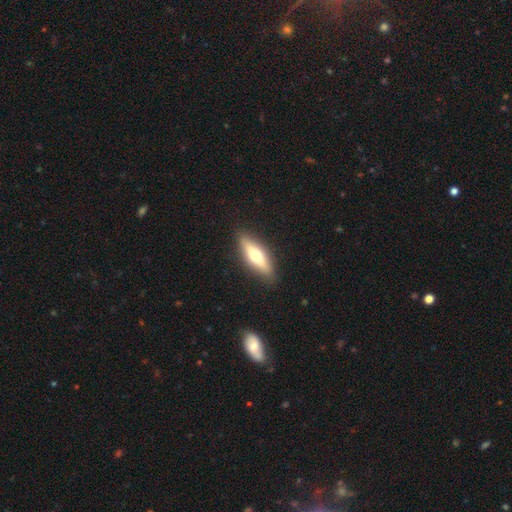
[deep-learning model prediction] Overall: smooth (50%; featured or disk 44%). How rounded: cigar-shaped (57%; in between 41%). Merging: none (89%).